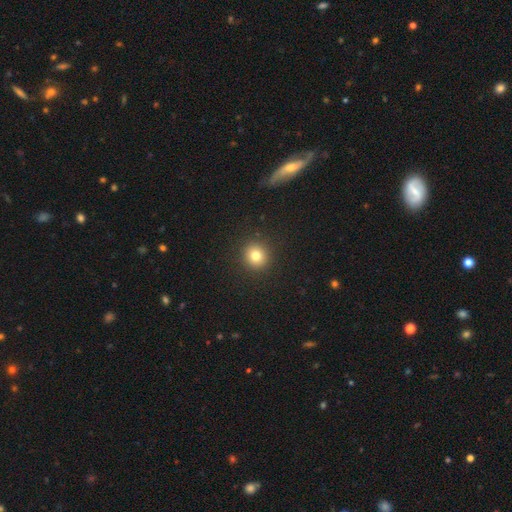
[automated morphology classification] This is likely a smooth galaxy (80%). How rounded: clearly round (92%). Merging: clearly none (92%).